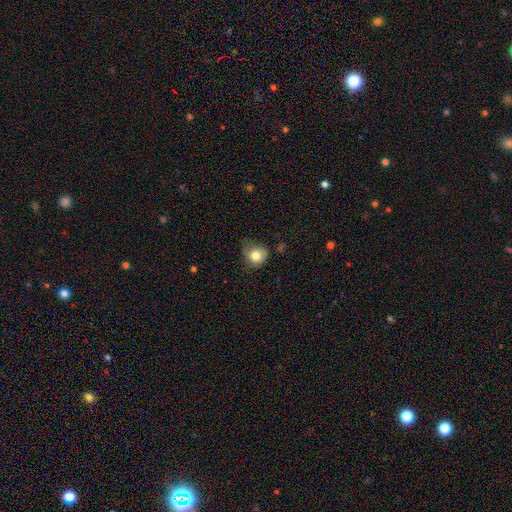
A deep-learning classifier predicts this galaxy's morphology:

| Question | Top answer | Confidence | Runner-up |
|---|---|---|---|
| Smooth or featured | smooth | 80% | featured or disk (11%) |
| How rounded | round | 76% | in between (23%) |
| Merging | none | 48% | minor disturbance (37%) |